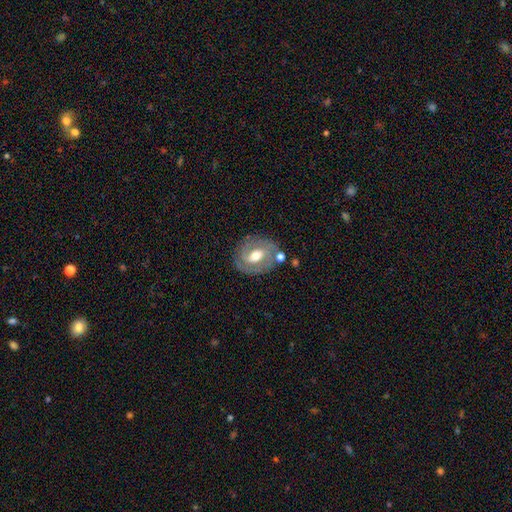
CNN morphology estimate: A featured or disk galaxy (69%) with a weak bar (45%), spiral arms (73%) and a moderate central bulge (73%).

Vote fractions:
- Smooth or featured? featured or disk: 69% / smooth: 25% / star or artifact: 7%
- Edge-on disk? no: 95% / yes: 5%
- Bar? weak: 45% / no: 28% / strong: 27%
- Spiral arms? yes: 73% / no: 27%
- Bulge size? moderate: 73% / large: 13% / small: 11% / dominant: 1% / none: 1%
- Merging? none: 73% / minor disturbance: 16% / major disturbance: 6% / merger: 6%